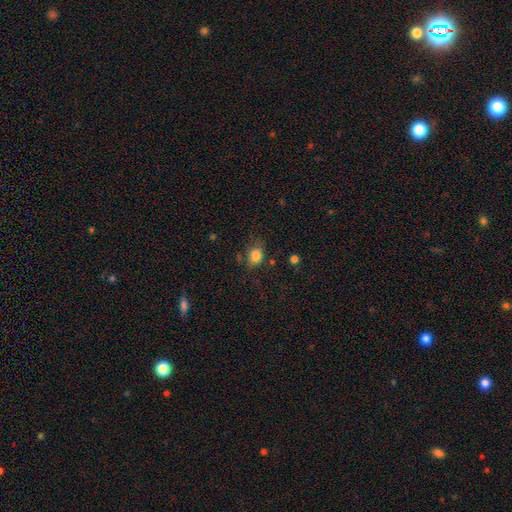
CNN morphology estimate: Smooth or featured: smooth — 83% (star or artifact — 11%)
How rounded: round — 52% (in between — 47%)
Merging: none — 69% (minor disturbance — 21%)